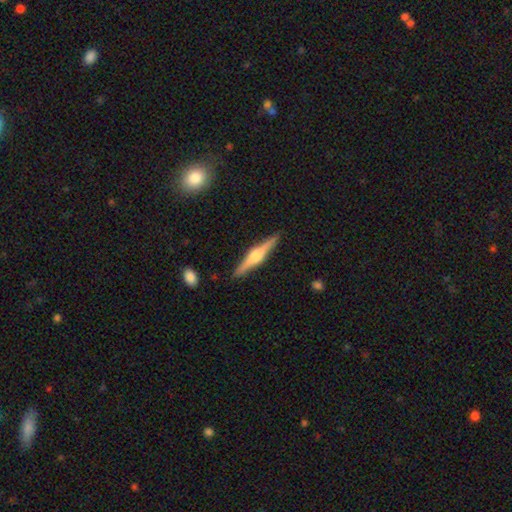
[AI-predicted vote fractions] Overall: featured or disk (76%). Edge-on disk: yes (98%). Edge-on bulge: rounded (87%). Merging: none (90%).